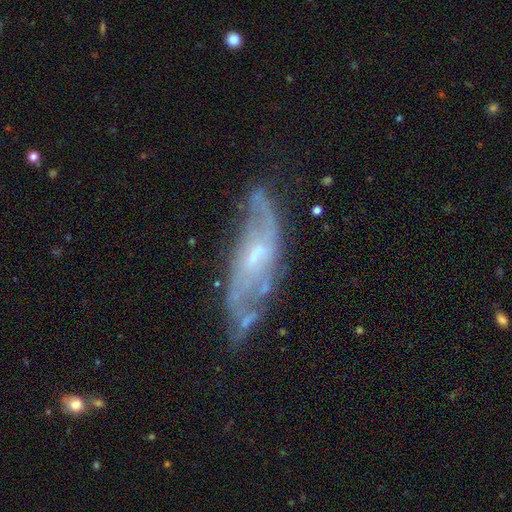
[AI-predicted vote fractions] featured or disk 77%, smooth 15%, star or artifact 8%. Down the decision tree: edge-on disk — no (82%); bar — weak (46%); spiral arms — yes (83%); spiral arm count — 2 (58%); spiral winding — loose (42%); bulge size — small (58%); merging — none (60%).